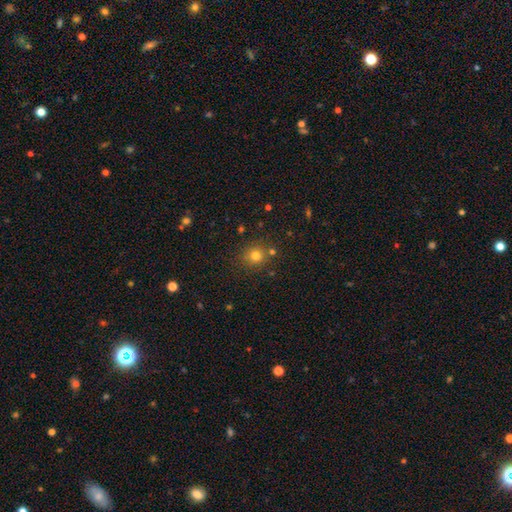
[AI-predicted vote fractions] smooth_or_featured: smooth (p=0.77) [alt: star or artifact p=0.15]
how_rounded: round (p=0.85) [alt: in between p=0.14]
merging: none (p=0.78) [alt: minor disturbance p=0.10]